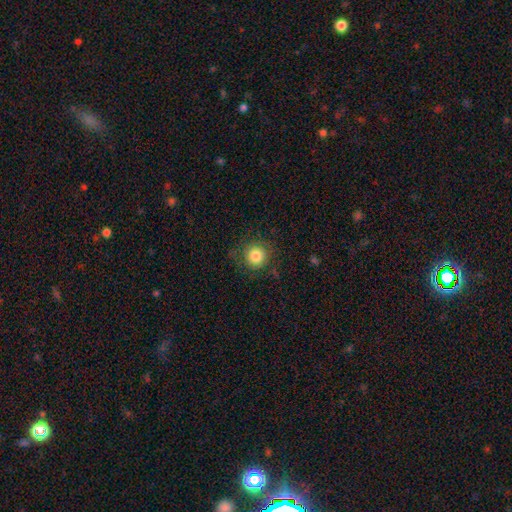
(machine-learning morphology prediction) The model was most divided on "merging": none: 83%, minor disturbance: 12%, major disturbance: 5%, merger: 1%. More confident: how rounded — round (94%); smooth or featured — smooth (83%).